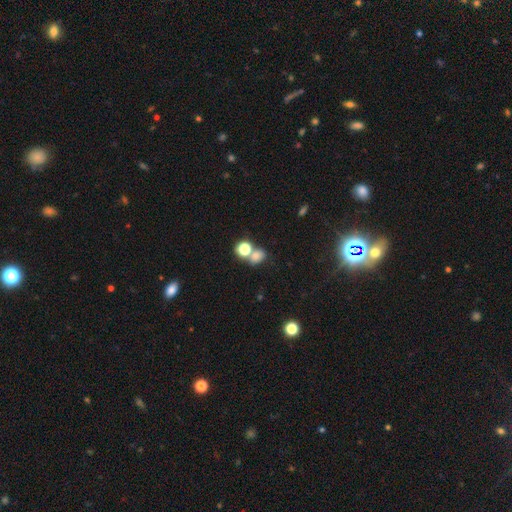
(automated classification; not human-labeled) This is likely a smooth galaxy (73%). How rounded: possibly round (53%). Merging: marginally none (43%).